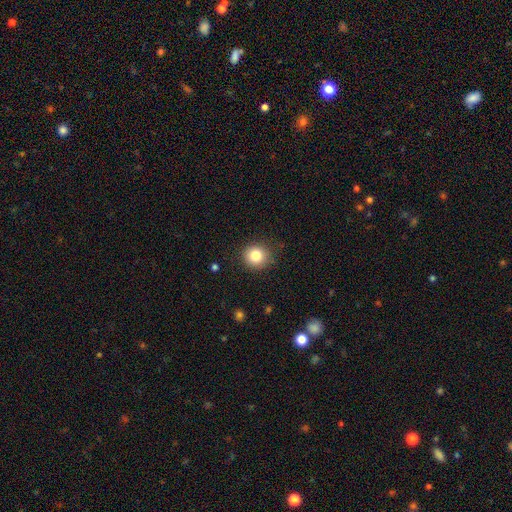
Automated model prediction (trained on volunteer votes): This appears to be a smooth galaxy with no disk features (82%) that is round (90%). Merging: none (87%).